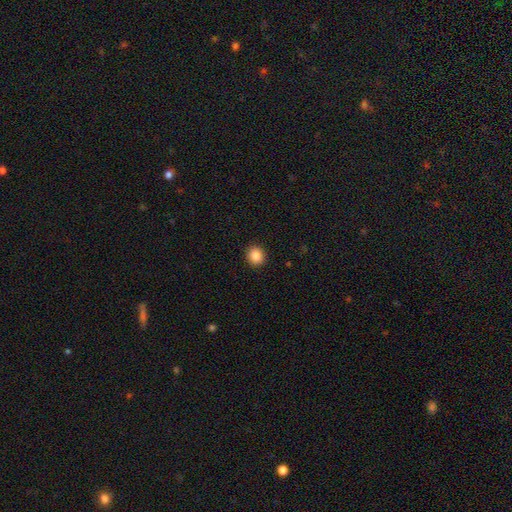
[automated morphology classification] This is clearly a smooth galaxy (87%). How rounded: clearly round (84%). Merging: clearly none (92%).